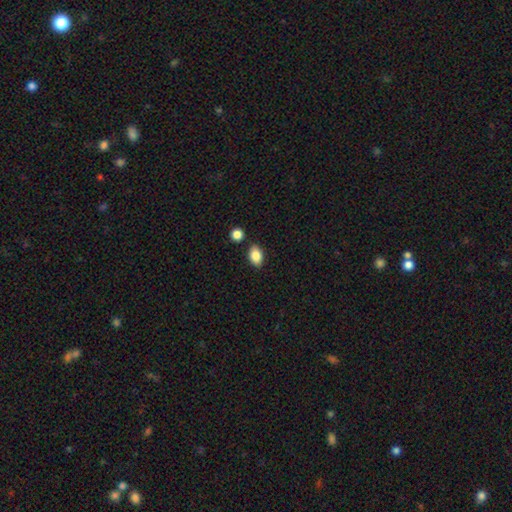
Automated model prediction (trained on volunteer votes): Smooth or featured: smooth — 85% (star or artifact — 8%)
How rounded: in between — 85% (round — 13%)
Merging: none — 83% (minor disturbance — 9%)